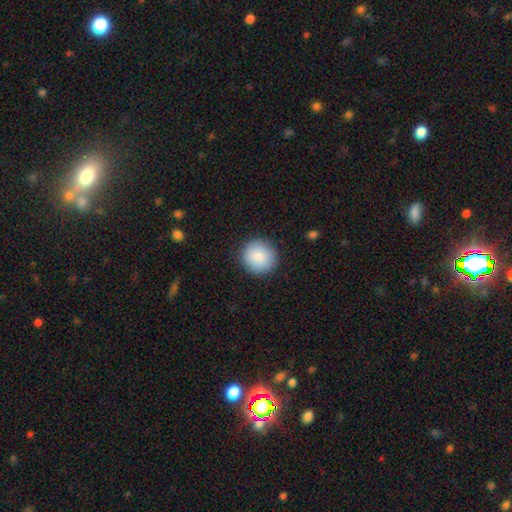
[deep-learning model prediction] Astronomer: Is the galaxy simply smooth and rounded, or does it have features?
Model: smooth — 88%.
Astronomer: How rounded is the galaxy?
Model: round — 92%.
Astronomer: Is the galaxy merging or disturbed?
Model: none — 90%.